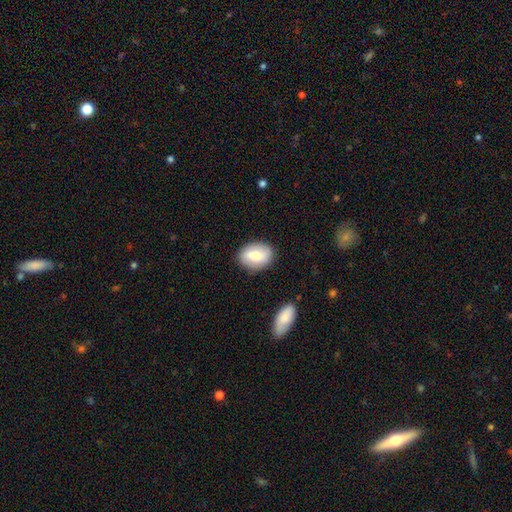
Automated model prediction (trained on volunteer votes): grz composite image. It shows a smooth galaxy with no disk features (72%) that is in between round and cigar-shaped (76%). Merging: none (85%).